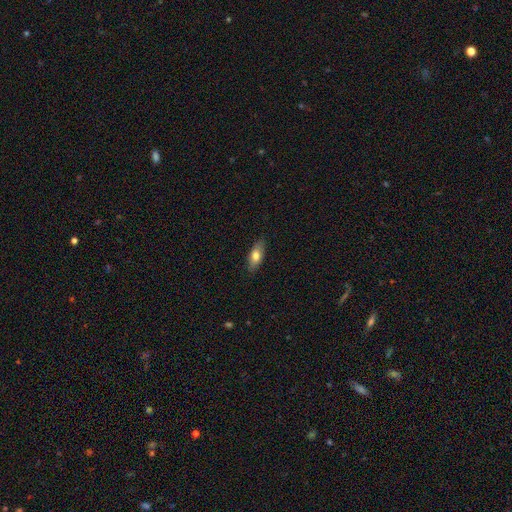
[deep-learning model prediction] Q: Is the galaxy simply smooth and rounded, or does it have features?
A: smooth — 74%.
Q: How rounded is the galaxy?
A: in between — 79%.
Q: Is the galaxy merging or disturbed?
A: none — 86%.